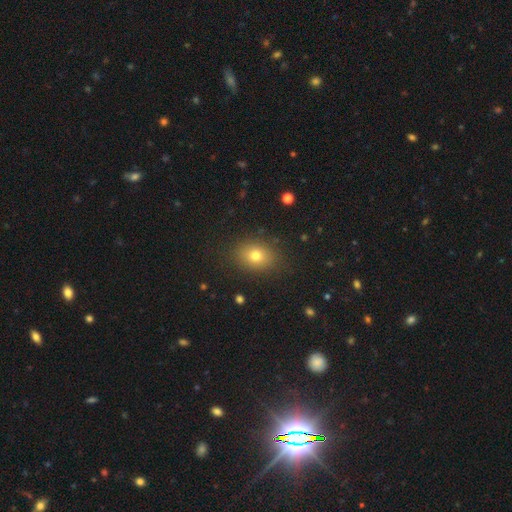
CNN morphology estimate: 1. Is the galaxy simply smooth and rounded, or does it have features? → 76% smooth, 13% star or artifact, 11% featured or disk.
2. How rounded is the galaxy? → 57% in between, 42% round, 1% cigar-shaped.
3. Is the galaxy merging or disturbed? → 86% none, 10% minor disturbance, 3% major disturbance, 1% merger.